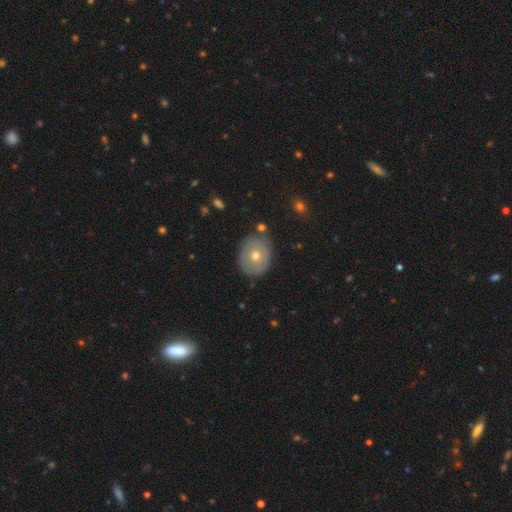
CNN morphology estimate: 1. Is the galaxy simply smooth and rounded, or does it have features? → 55% smooth, 35% featured or disk, 10% star or artifact.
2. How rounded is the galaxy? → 55% round, 44% in between, 1% cigar-shaped.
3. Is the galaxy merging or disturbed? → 81% none, 13% minor disturbance, 3% major disturbance, 3% merger.